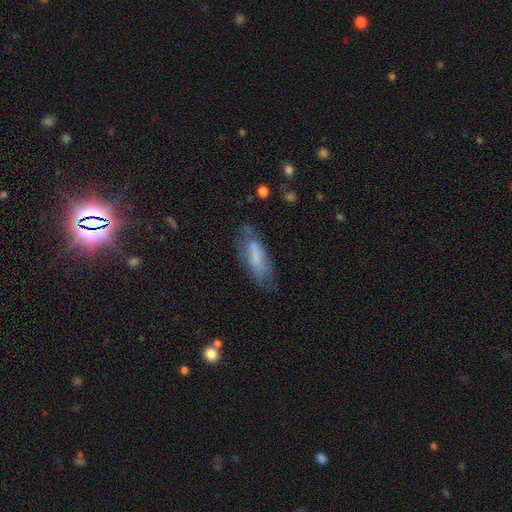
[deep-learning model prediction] This is likely a smooth galaxy (61%). How rounded: possibly in between (56%). Merging: likely none (61%).